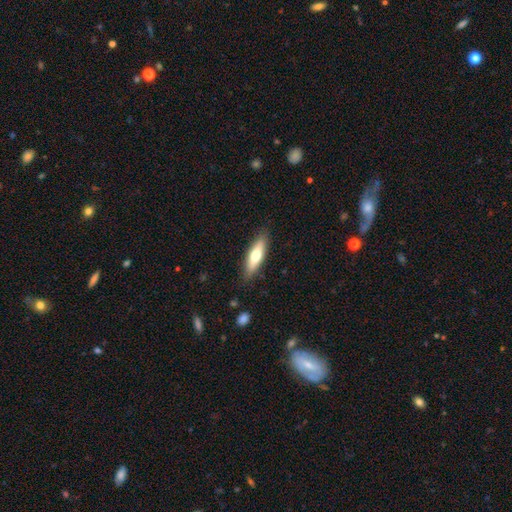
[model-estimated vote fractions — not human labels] smooth_or_featured: smooth (p=0.61) [alt: featured or disk p=0.34]
how_rounded: cigar-shaped (p=0.58) [alt: in between p=0.41]
merging: none (p=0.86) [alt: minor disturbance p=0.11]